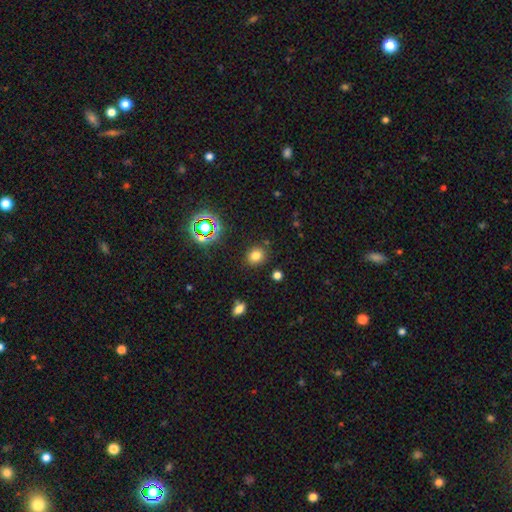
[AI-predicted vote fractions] Q: Smooth or featured?
A: smooth (75%); runner-up: star or artifact (18%)
Q: How rounded?
A: round (74%); runner-up: in between (25%)
Q: Merging?
A: none (86%); runner-up: minor disturbance (8%)